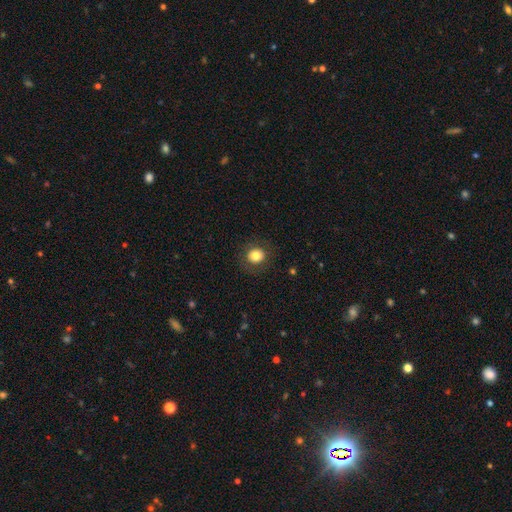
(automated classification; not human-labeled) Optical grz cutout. It shows a smooth galaxy with no disk features (81%) that is round (85%). Merging: none (87%).